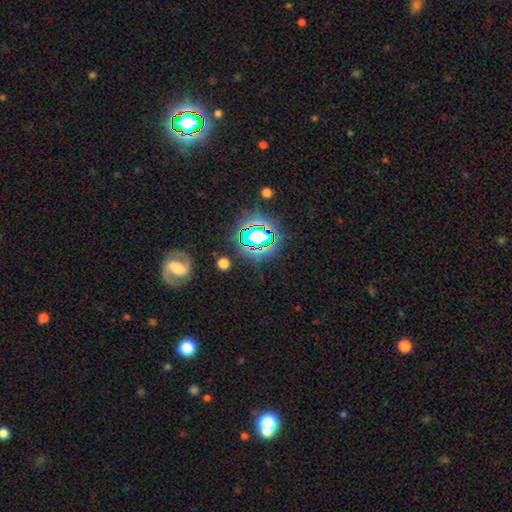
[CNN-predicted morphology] Smooth or featured? Predicted: star or artifact (p=0.75).